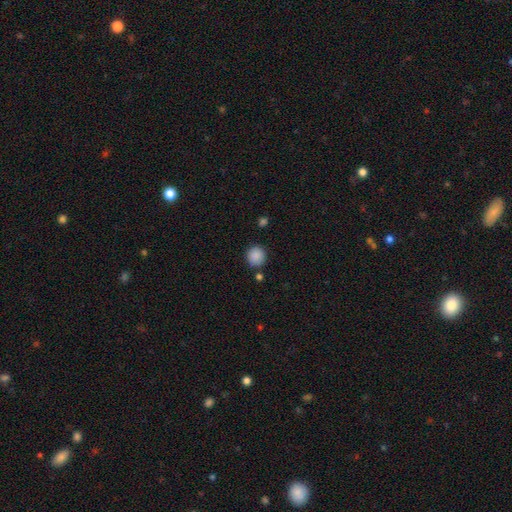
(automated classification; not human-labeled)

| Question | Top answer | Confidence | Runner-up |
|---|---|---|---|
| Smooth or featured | smooth | 88% | star or artifact (9%) |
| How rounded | round | 90% | in between (9%) |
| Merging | none | 83% | minor disturbance (10%) |